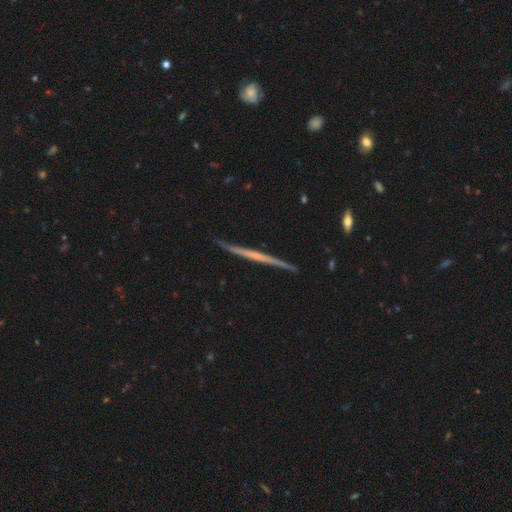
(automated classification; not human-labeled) Morphology: type=featured or disk (71%); edge-on=yes (98%); edge-on bulge=none (79%); merging=none (89%).